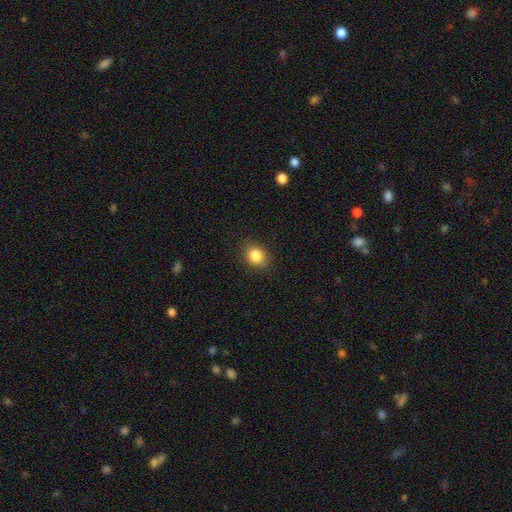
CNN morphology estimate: Smooth or featured?
  - smooth: 85% *
  - star or artifact: 10%
  - featured or disk: 6%
How rounded?
  - round: 52% *
  - in between: 46%
  - cigar-shaped: 1%
Merging?
  - none: 85% *
  - minor disturbance: 11%
  - major disturbance: 3%
  - merger: 1%